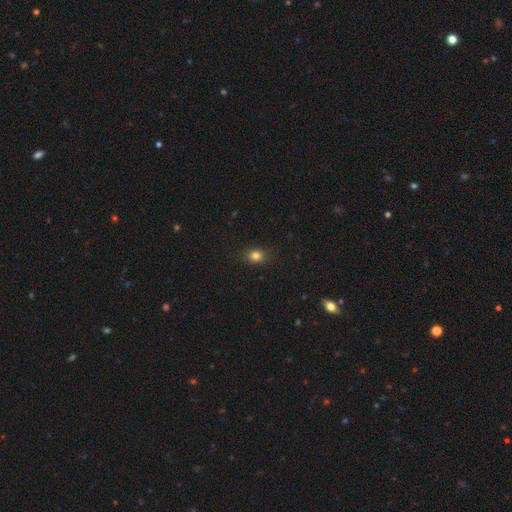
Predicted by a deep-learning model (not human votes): Smooth or featured: smooth — 81% (star or artifact — 13%)
How rounded: in between — 51% (round — 48%)
Merging: none — 87% (minor disturbance — 10%)